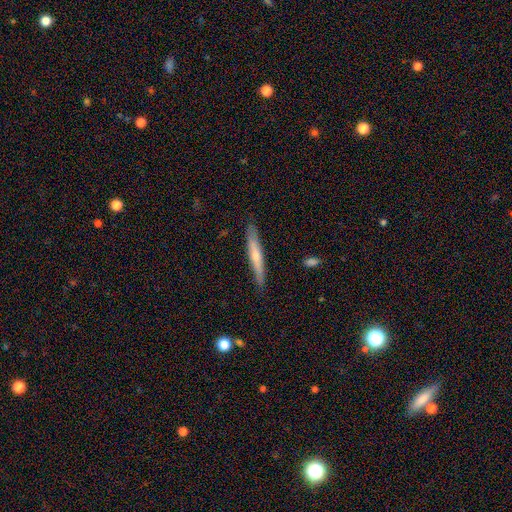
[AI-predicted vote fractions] Smooth or featured: smooth — 51% (featured or disk — 43%)
How rounded: cigar-shaped — 94% (in between — 5%)
Merging: none — 87% (minor disturbance — 10%)